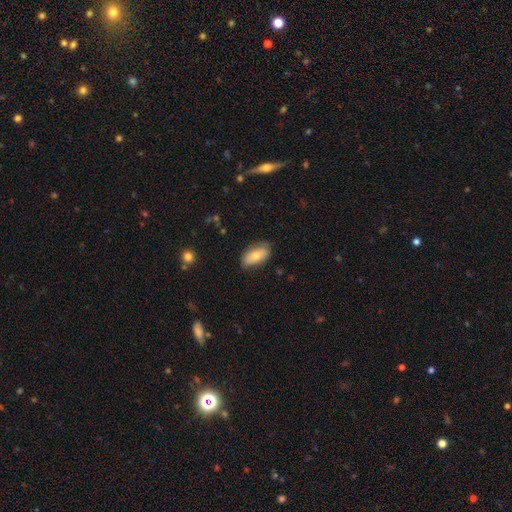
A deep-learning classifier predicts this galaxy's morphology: Smooth or featured?
  - smooth: 71% *
  - featured or disk: 22%
  - star or artifact: 7%
How rounded?
  - in between: 92% *
  - cigar-shaped: 4%
  - round: 4%
Merging?
  - none: 77% *
  - minor disturbance: 18%
  - major disturbance: 3%
  - merger: 1%